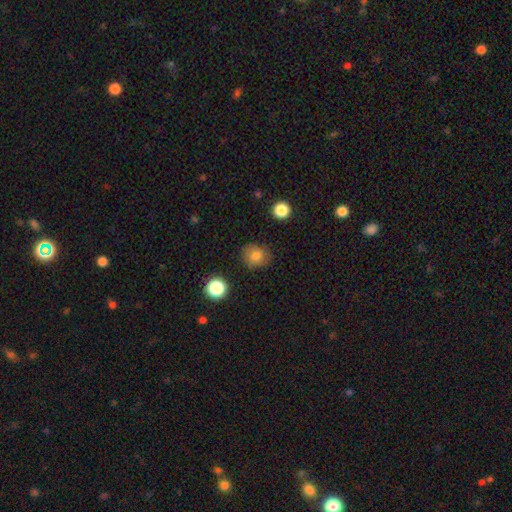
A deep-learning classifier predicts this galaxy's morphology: smooth-or-featured: smooth: 79% | star or artifact: 12% | featured or disk: 9%
  how-rounded: round: 72% | in between: 27% | cigar-shaped: 1%
  merging: none: 78% | minor disturbance: 15% | major disturbance: 4% | merger: 2%